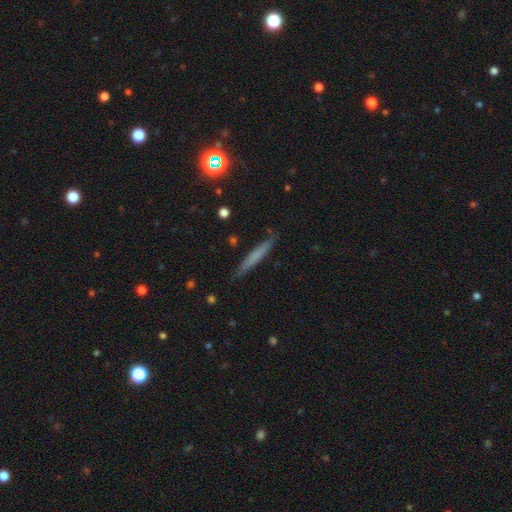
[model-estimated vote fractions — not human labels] Morphology: type=smooth (62%); roundness=cigar-shaped (95%); merging=none (86%).